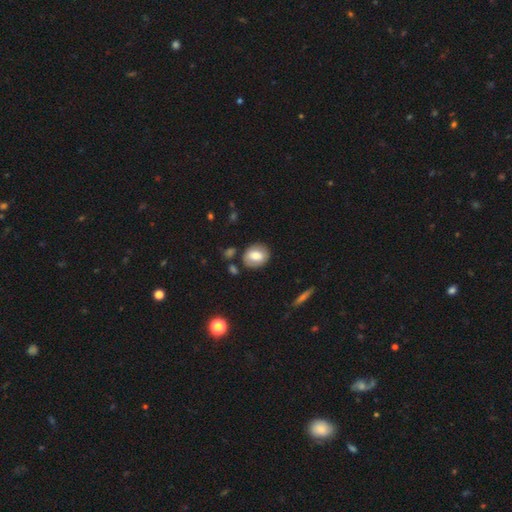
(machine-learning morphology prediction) Q: Smooth or featured?
A: smooth (70%); runner-up: featured or disk (22%)
Q: How rounded?
A: round (56%); runner-up: in between (42%)
Q: Merging?
A: none (79%); runner-up: minor disturbance (13%)